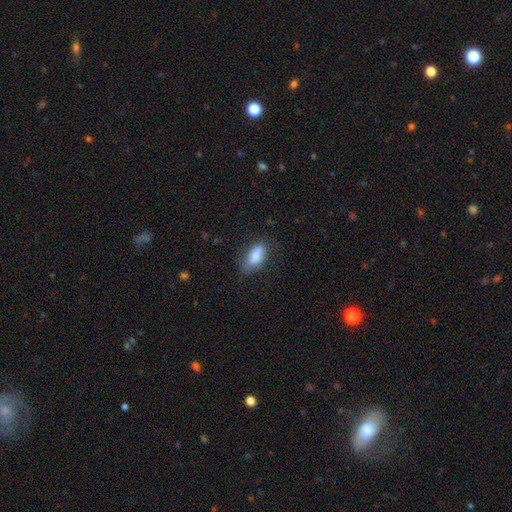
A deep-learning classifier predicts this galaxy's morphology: This is likely a smooth galaxy (79%). How rounded: clearly in between (88%). Merging: likely none (63%).